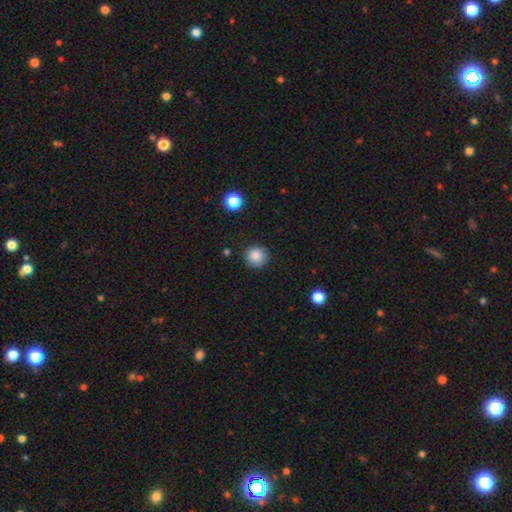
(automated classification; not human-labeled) A smooth galaxy with no disk features (86%) that is round (92%). Merging: none (89%).